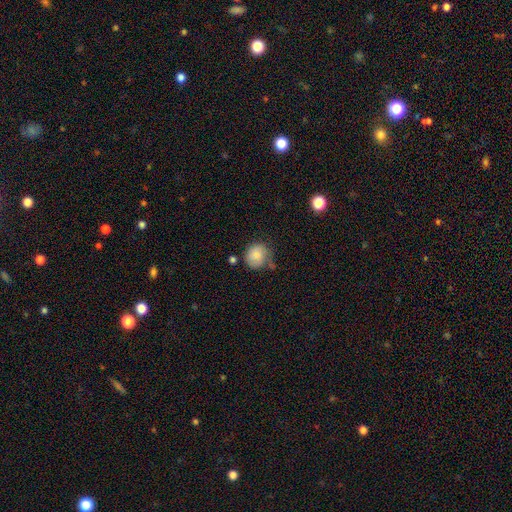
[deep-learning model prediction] This is clearly a smooth galaxy (82%). How rounded: clearly round (82%). Merging: likely none (62%).